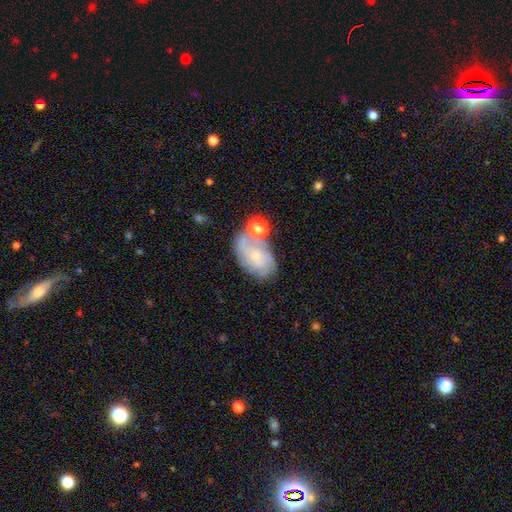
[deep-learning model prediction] Smooth or featured: featured or disk — 64% (smooth — 26%)
Edge-on disk: no — 96% (yes — 4%)
Bar: no — 77% (weak — 19%)
Spiral arms: yes — 81% (no — 19%)
Spiral winding: tight — 52% (medium — 34%)
Spiral arm count: can't tell — 47% (2 — 19%)
Bulge size: small — 76% (moderate — 17%)
Merging: none — 48% (minor disturbance — 22%)